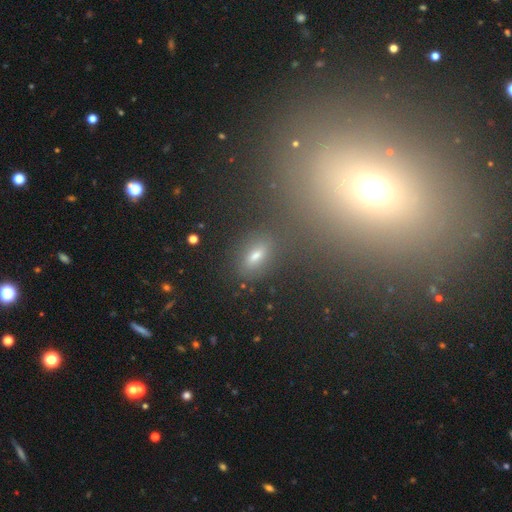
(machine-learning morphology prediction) smooth 52%, star or artifact 33%, featured or disk 16%. Down the decision tree: how rounded — in between (72%); merging — none (76%).